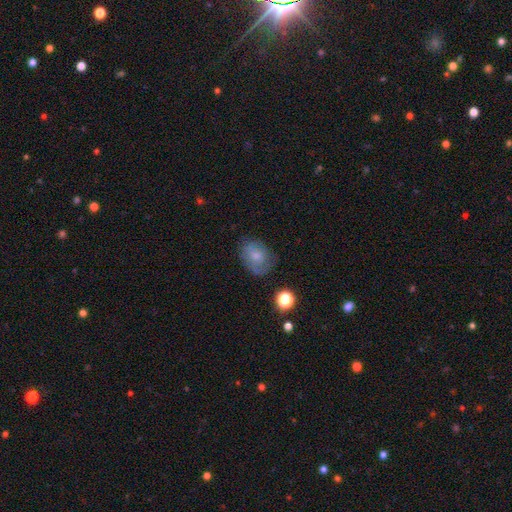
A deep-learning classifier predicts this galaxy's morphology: A smooth galaxy with no disk features (66%) that is in between round and cigar-shaped (56%).

Vote fractions:
- Smooth or featured? smooth: 66% / featured or disk: 24% / star or artifact: 10%
- How rounded? in between: 56% / round: 42% / cigar-shaped: 1%
- Merging? none: 62% / minor disturbance: 26% / major disturbance: 10% / merger: 2%